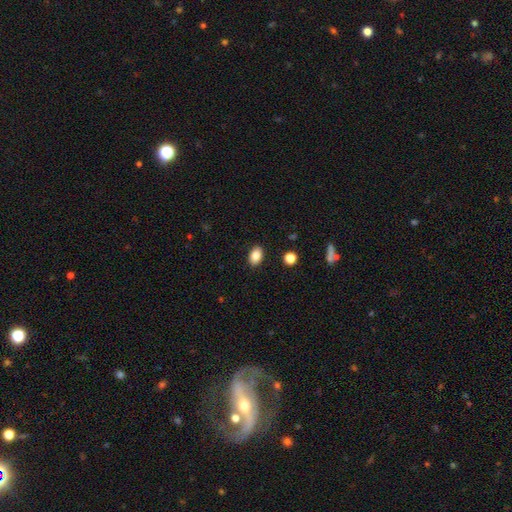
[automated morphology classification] This is clearly a smooth galaxy (86%). How rounded: clearly in between (85%). Merging: clearly none (89%).